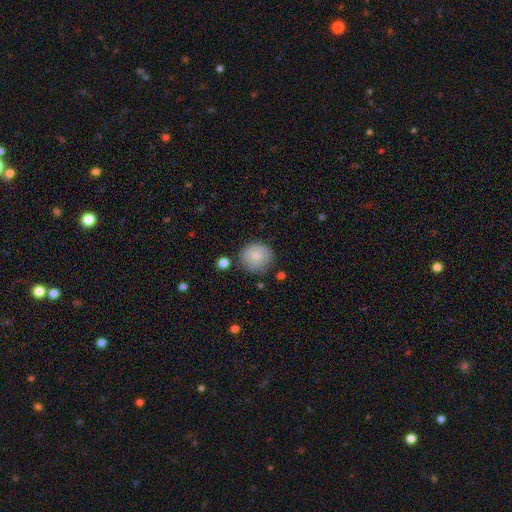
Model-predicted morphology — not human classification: smooth 82%, featured or disk 11%, star or artifact 7%. Down the decision tree: how rounded — round (90%); merging — none (78%).